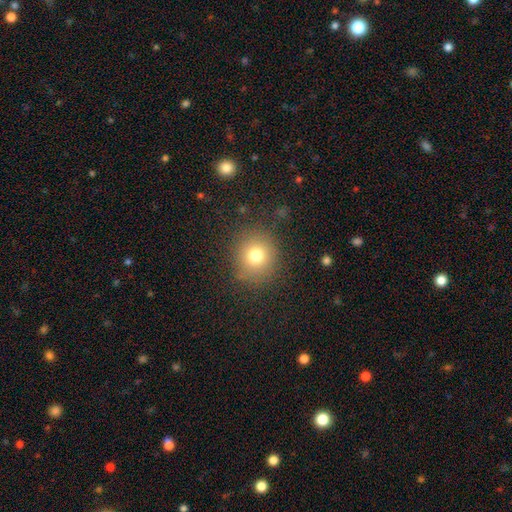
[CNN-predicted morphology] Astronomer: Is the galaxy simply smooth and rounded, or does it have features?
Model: smooth — 75%.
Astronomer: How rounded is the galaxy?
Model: round — 88%.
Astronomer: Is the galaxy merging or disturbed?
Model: none — 85%.